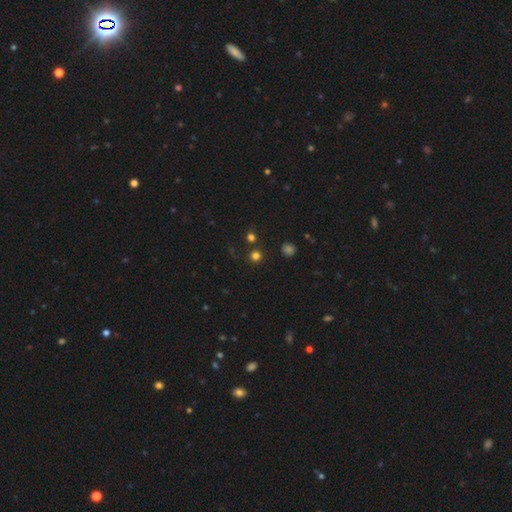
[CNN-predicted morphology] The model was most divided on "smooth or featured": smooth: 73%, star or artifact: 22%, featured or disk: 5%. More confident: how rounded — round (93%); merging — none (85%).